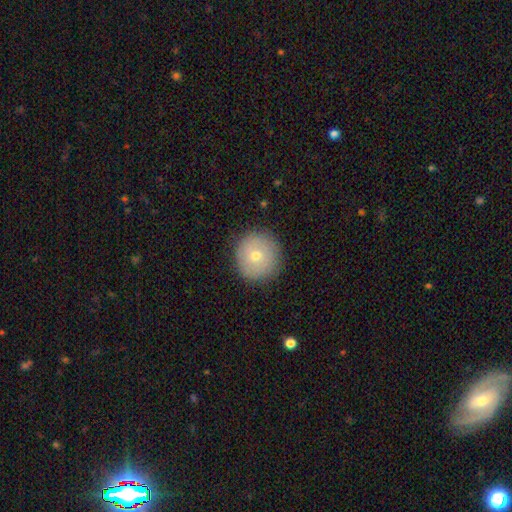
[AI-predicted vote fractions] Morphology: type=smooth (66%); roundness=round (94%); merging=none (87%).